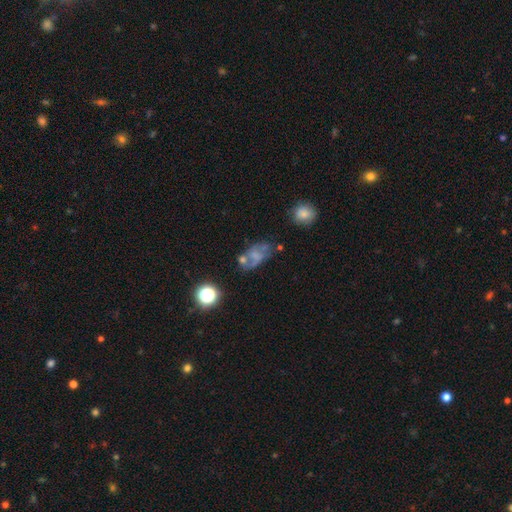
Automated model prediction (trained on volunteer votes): Smooth or featured?
  - featured or disk: 46% *
  - smooth: 39%
  - star or artifact: 15%
Merging?
  - none: 38% *
  - merger: 21%
  - minor disturbance: 21%
  - major disturbance: 19%